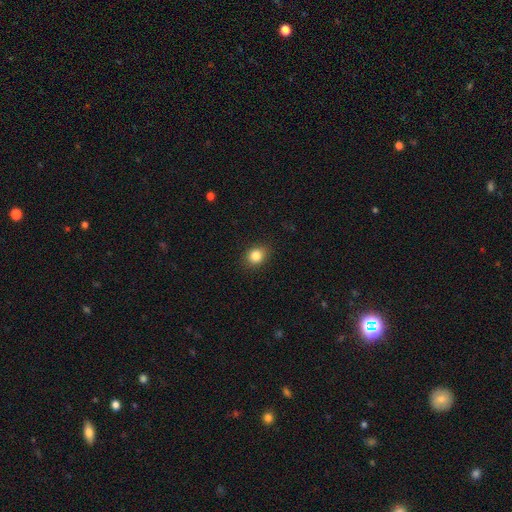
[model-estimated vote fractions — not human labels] smooth_or_featured: smooth (p=0.84) [alt: star or artifact p=0.11]
how_rounded: round (p=0.61) [alt: in between p=0.37]
merging: none (p=0.86) [alt: minor disturbance p=0.10]